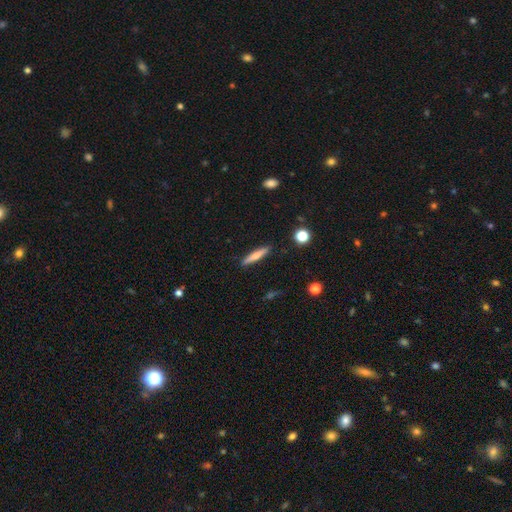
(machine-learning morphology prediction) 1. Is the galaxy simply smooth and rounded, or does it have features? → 61% smooth, 32% featured or disk, 7% star or artifact.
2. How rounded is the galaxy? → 90% cigar-shaped, 8% in between, 2% round.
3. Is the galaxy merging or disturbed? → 89% none, 7% minor disturbance, 2% major disturbance, 2% merger.